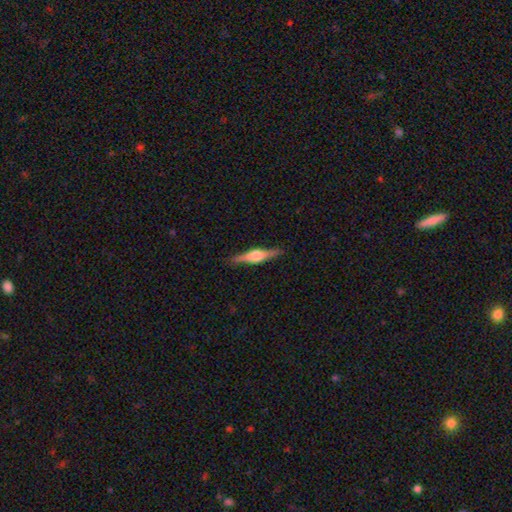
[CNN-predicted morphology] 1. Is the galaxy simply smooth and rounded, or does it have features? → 71% featured or disk, 23% smooth, 6% star or artifact.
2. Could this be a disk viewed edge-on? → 98% yes, 2% no.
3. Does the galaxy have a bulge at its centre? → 86% rounded, 11% boxy, 2% none.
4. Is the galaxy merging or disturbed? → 89% none, 8% minor disturbance, 2% major disturbance, 1% merger.